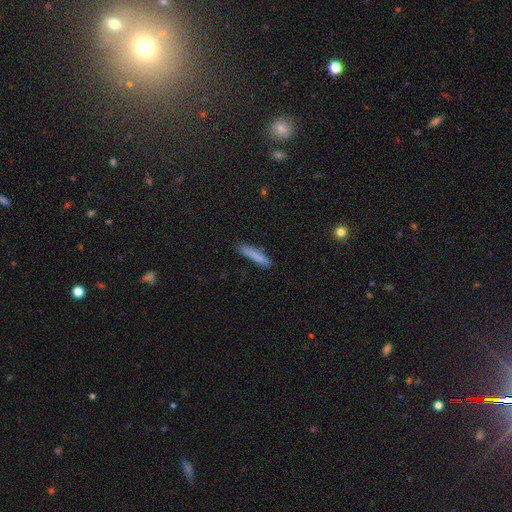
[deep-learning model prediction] Morphology: type=smooth (82%); roundness=cigar-shaped (90%); merging=none (80%).